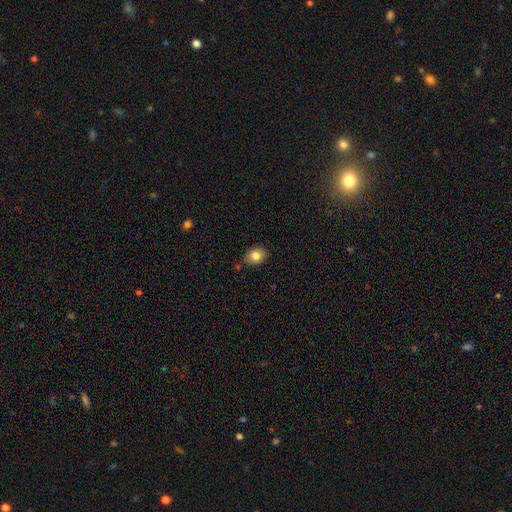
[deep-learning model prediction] smooth-or-featured: smooth: 82% | star or artifact: 10% | featured or disk: 8%
  how-rounded: in between: 51% | round: 49% | cigar-shaped: 1%
  merging: none: 83% | minor disturbance: 12% | major disturbance: 2% | merger: 2%